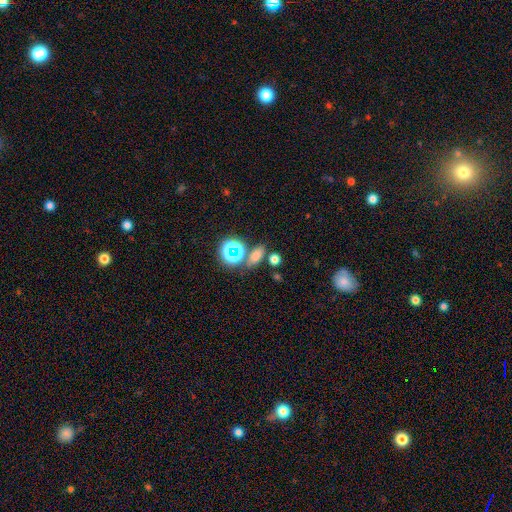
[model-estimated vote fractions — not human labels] Smooth or featured? Predicted: smooth (p=0.66). How rounded? Predicted: in between (p=0.68). Merging? Predicted: none (p=0.72).